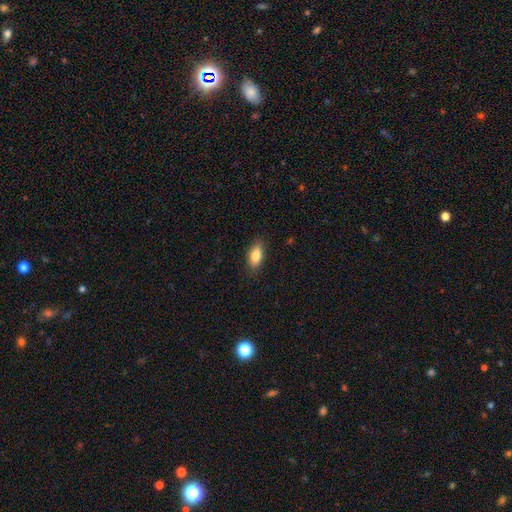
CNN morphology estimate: Q: Smooth or featured?
A: smooth (80%); runner-up: featured or disk (13%)
Q: How rounded?
A: in between (84%); runner-up: cigar-shaped (11%)
Q: Merging?
A: none (86%); runner-up: minor disturbance (11%)